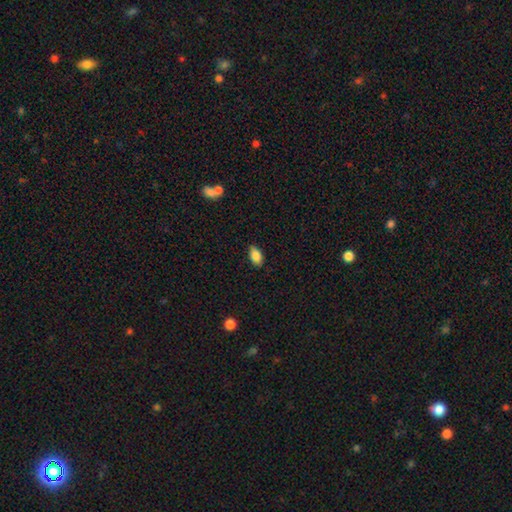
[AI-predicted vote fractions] smooth 85%, star or artifact 8%, featured or disk 7%. Down the decision tree: how rounded — in between (91%); merging — none (82%).